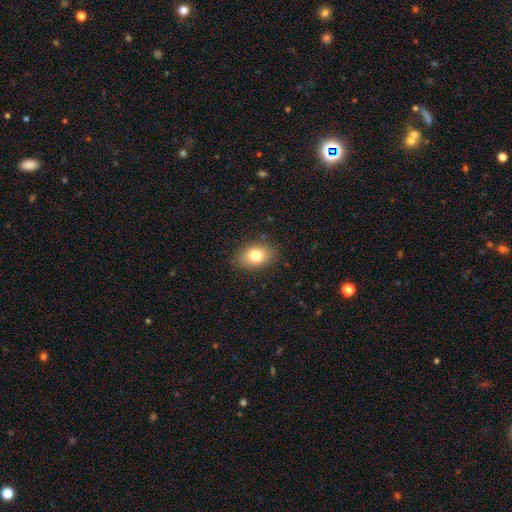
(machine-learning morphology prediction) Smooth or featured: smooth — 80% (featured or disk — 11%)
How rounded: in between — 77% (round — 22%)
Merging: none — 86% (minor disturbance — 10%)